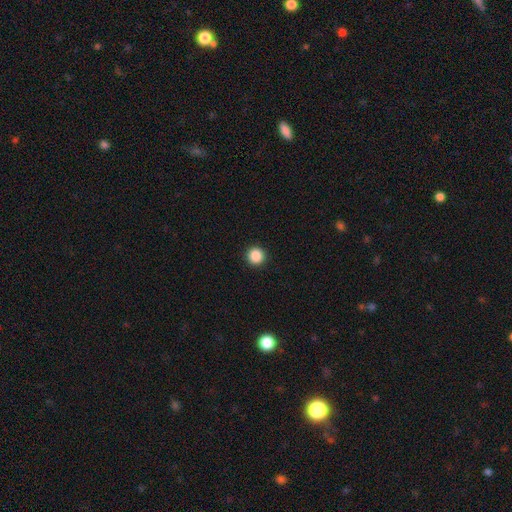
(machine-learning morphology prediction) Smooth or featured? Predicted: smooth (p=0.88). How rounded? Predicted: round (p=0.96). Merging? Predicted: none (p=0.93).